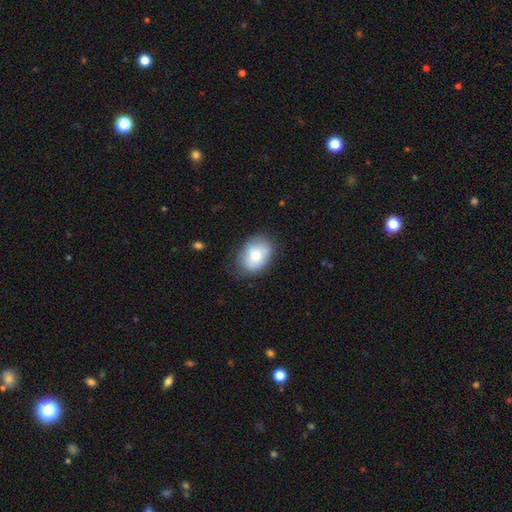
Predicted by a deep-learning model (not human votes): A smooth galaxy with no disk features (72%) that is in between round and cigar-shaped (71%). Merging: none (71%).